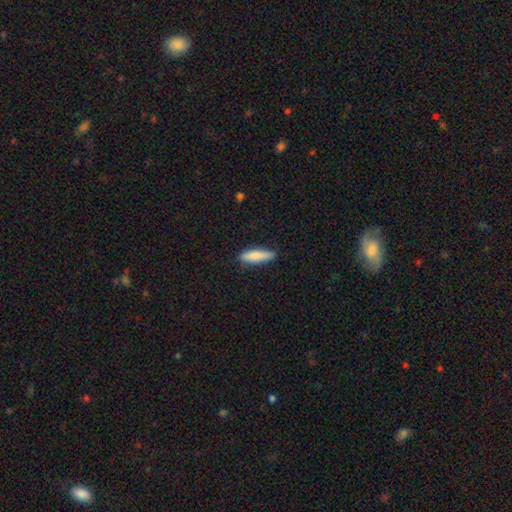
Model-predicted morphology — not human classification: This is clearly a smooth galaxy (82%). How rounded: likely cigar-shaped (74%). Merging: clearly none (85%).